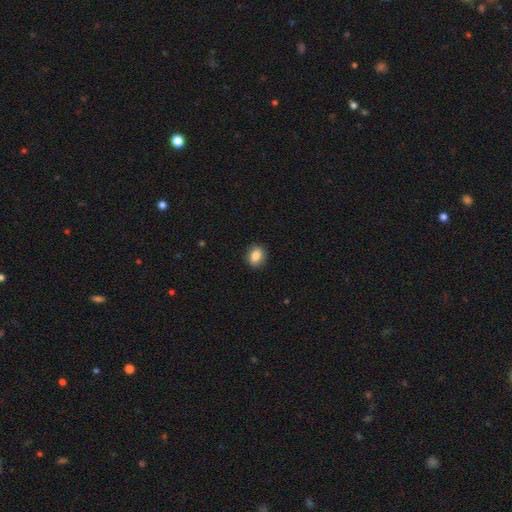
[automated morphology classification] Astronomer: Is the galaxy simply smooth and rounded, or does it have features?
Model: smooth — 85%.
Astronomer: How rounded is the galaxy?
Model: in between — 51% (runner-up: round, 48%).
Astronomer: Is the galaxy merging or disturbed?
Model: none — 88%.